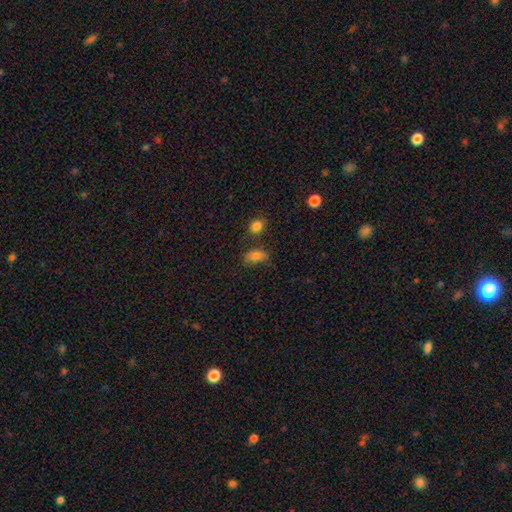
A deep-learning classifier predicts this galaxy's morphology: smooth_or_featured: smooth (p=0.80) [alt: star or artifact p=0.12]
how_rounded: in between (p=0.84) [alt: round p=0.13]
merging: none (p=0.57) [alt: minor disturbance p=0.25]